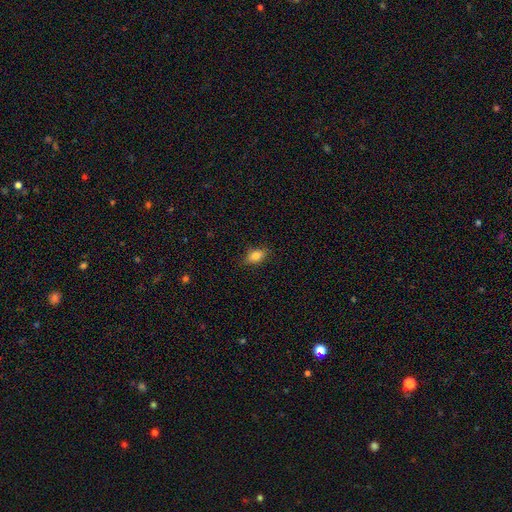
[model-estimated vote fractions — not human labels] A smooth galaxy with no disk features (82%) that is in between round and cigar-shaped (85%).

Vote fractions:
- Smooth or featured? smooth: 82% / featured or disk: 9% / star or artifact: 9%
- How rounded? in between: 85% / round: 9% / cigar-shaped: 7%
- Merging? none: 83% / minor disturbance: 13% / major disturbance: 3% / merger: 1%